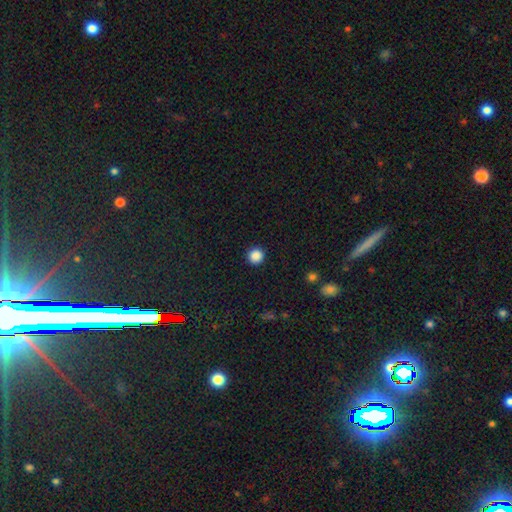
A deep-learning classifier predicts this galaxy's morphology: This appears to be a smooth galaxy with no disk features (87%) that is round (95%). Merging: none (93%).